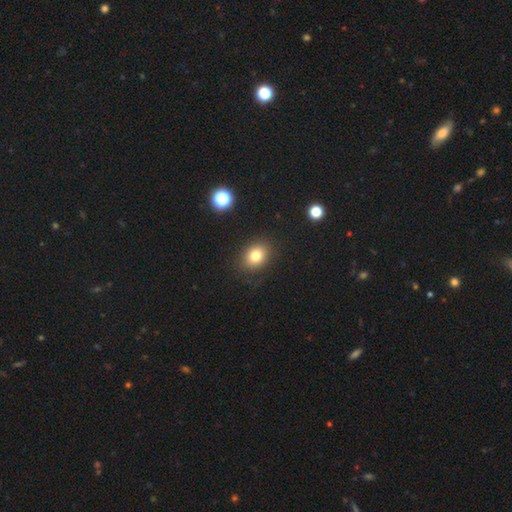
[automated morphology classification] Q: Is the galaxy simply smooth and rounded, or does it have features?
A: smooth — 79%.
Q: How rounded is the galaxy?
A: in between — 51%.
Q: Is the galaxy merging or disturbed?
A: none — 86%.